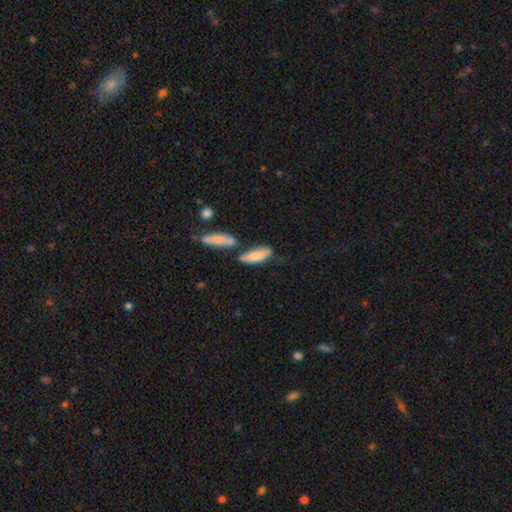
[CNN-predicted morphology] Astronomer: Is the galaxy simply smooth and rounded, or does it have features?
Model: smooth — 76%.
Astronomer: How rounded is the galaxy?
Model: in between — 51% (runner-up: cigar-shaped, 47%).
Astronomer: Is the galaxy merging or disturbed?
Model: none — 44% (runner-up: merger, 27%).